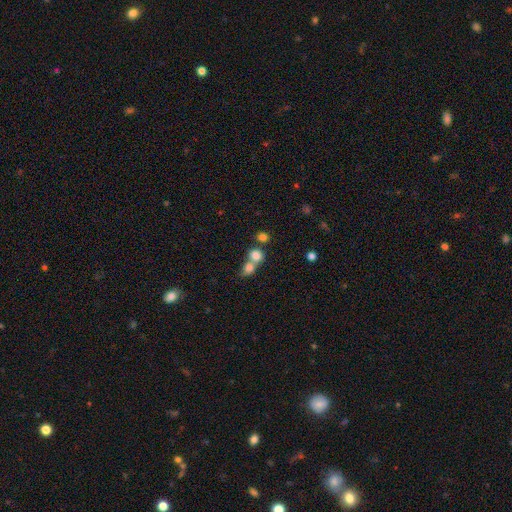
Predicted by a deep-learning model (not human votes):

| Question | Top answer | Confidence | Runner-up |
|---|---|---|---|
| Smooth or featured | smooth | 79% | star or artifact (11%) |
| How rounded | round | 66% | in between (32%) |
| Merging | merger | 58% | none (32%) |